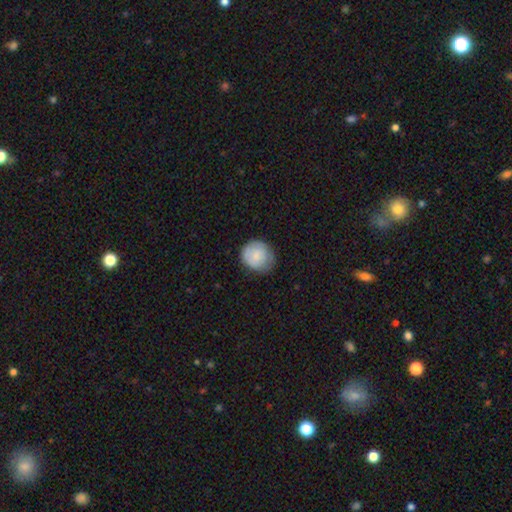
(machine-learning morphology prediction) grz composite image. It shows a smooth galaxy with no disk features (79%) that is round (83%). Merging: none (72%).